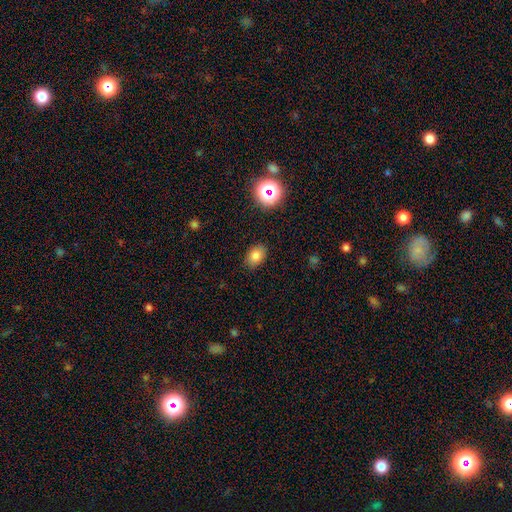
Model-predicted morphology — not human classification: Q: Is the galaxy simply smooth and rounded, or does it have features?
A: smooth — 78%.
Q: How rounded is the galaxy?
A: in between — 79%.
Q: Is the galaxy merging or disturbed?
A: none — 86%.